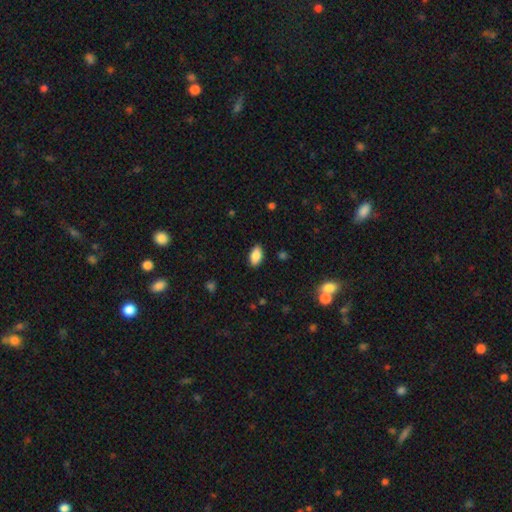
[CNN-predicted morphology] type=smooth (86%); roundness=in between (93%); merging=none (87%).